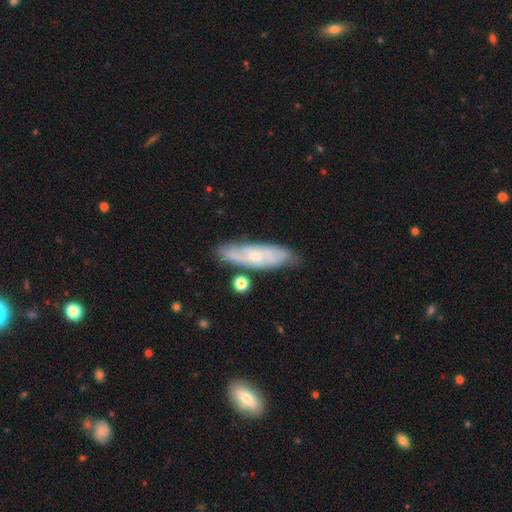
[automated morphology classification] smooth-or-featured: featured or disk: 57% | smooth: 36% | star or artifact: 7%
  disk-edge-on: no: 71% | yes: 29%
  merging: none: 71% | minor disturbance: 19% | merger: 6% | major disturbance: 4%